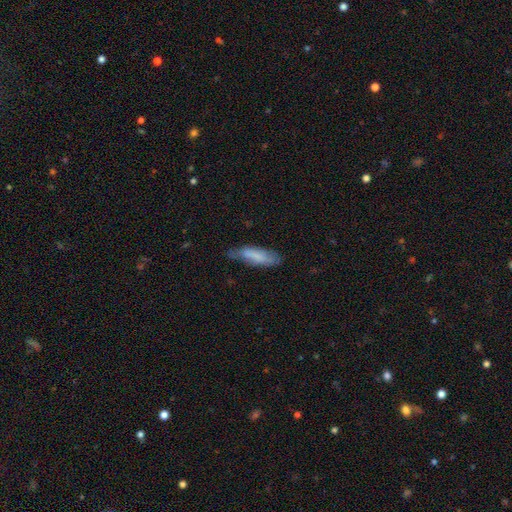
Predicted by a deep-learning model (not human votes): Q: Smooth or featured?
A: smooth (70%); runner-up: featured or disk (23%)
Q: How rounded?
A: cigar-shaped (57%); runner-up: in between (41%)
Q: Merging?
A: none (54%); runner-up: minor disturbance (34%)